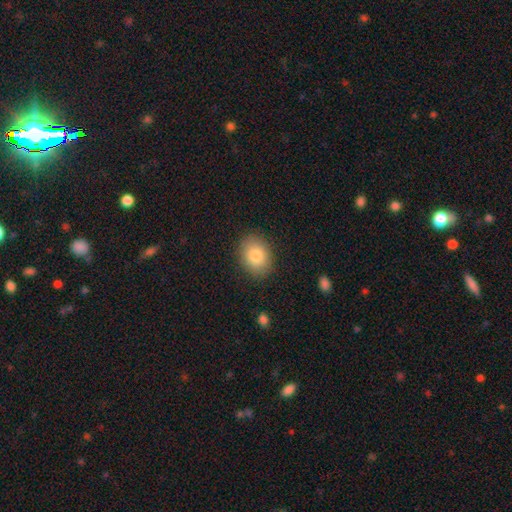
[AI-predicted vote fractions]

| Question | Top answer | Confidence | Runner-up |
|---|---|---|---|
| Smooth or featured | smooth | 82% | featured or disk (10%) |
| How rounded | in between | 58% | round (41%) |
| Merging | none | 88% | minor disturbance (9%) |